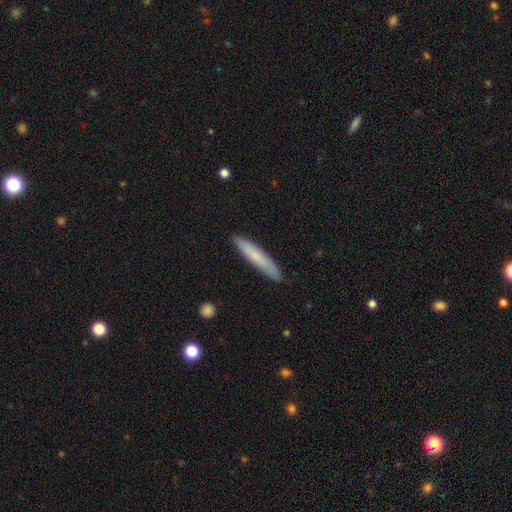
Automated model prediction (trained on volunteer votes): smooth-or-featured: smooth: 73% | featured or disk: 21% | star or artifact: 6%
  how-rounded: cigar-shaped: 93% | in between: 6% | round: 1%
  merging: none: 88% | minor disturbance: 9% | major disturbance: 2% | merger: 1%